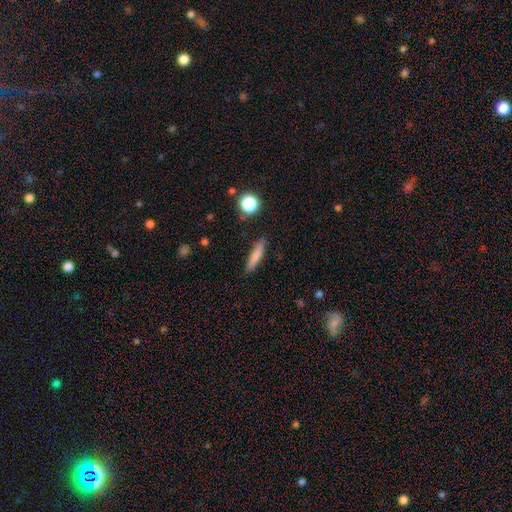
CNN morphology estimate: Q: Smooth or featured?
A: smooth (77%); runner-up: featured or disk (15%)
Q: How rounded?
A: cigar-shaped (85%); runner-up: in between (13%)
Q: Merging?
A: none (87%); runner-up: minor disturbance (9%)